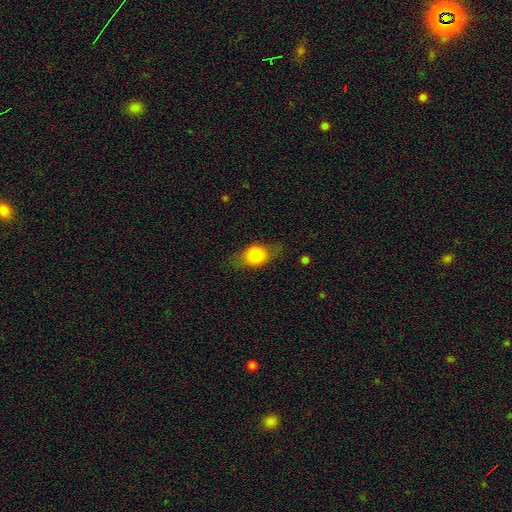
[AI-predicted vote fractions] smooth_or_featured: smooth (p=0.75) [alt: featured or disk p=0.17]
how_rounded: in between (p=0.56) [alt: round p=0.40]
merging: none (p=0.67) [alt: minor disturbance p=0.20]